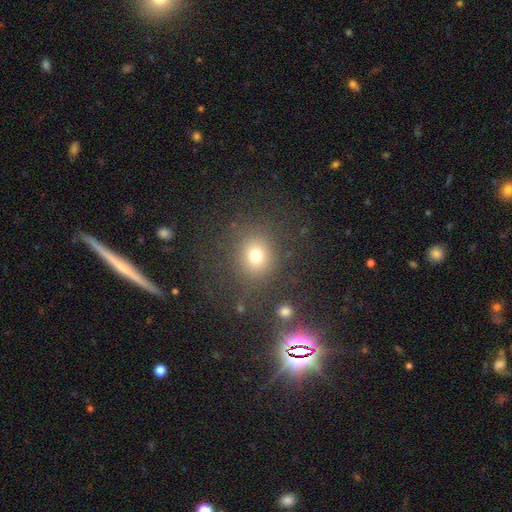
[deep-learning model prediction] This appears to be a smooth galaxy with no disk features (74%) that is round (79%). Merging: none (79%).